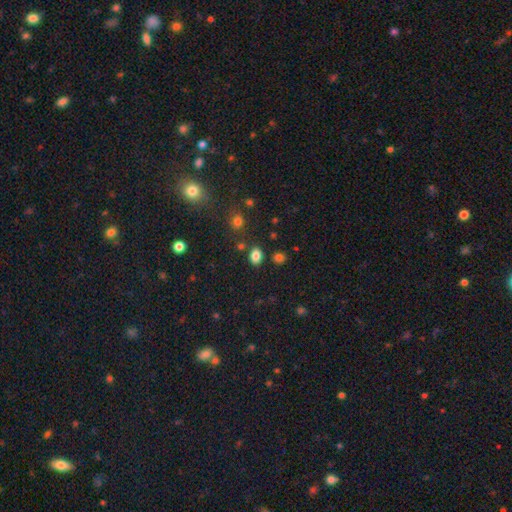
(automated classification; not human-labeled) A smooth galaxy with no disk features (83%) that is in between round and cigar-shaped (71%).

Vote fractions:
- Smooth or featured? smooth: 83% / star or artifact: 12% / featured or disk: 5%
- How rounded? in between: 71% / round: 28% / cigar-shaped: 1%
- Merging? none: 81% / minor disturbance: 10% / merger: 5% / major disturbance: 3%